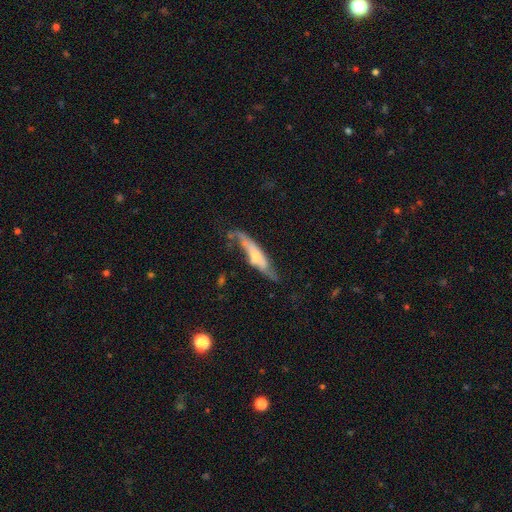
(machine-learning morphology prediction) smooth_or_featured: featured or disk (p=0.57) [alt: smooth p=0.37]
disk_edge_on: yes (p=0.55) [alt: no p=0.45]
merging: none (p=0.46) [alt: minor disturbance p=0.30]